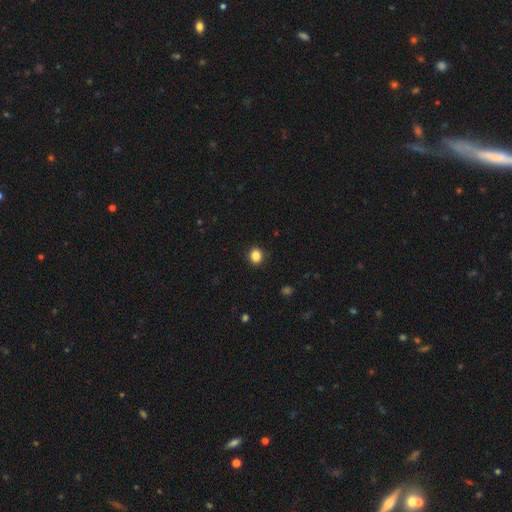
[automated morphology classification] smooth_or_featured: smooth (p=0.86) [alt: star or artifact p=0.11]
how_rounded: round (p=0.70) [alt: in between p=0.29]
merging: none (p=0.90) [alt: minor disturbance p=0.07]